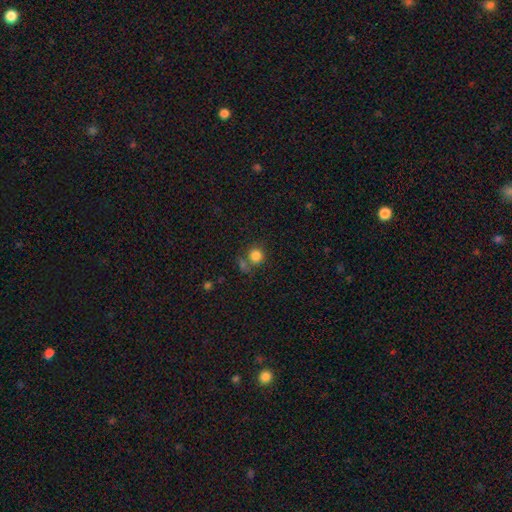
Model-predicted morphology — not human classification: A smooth galaxy with no disk features (83%) that is round (89%). Merging: none (64%).